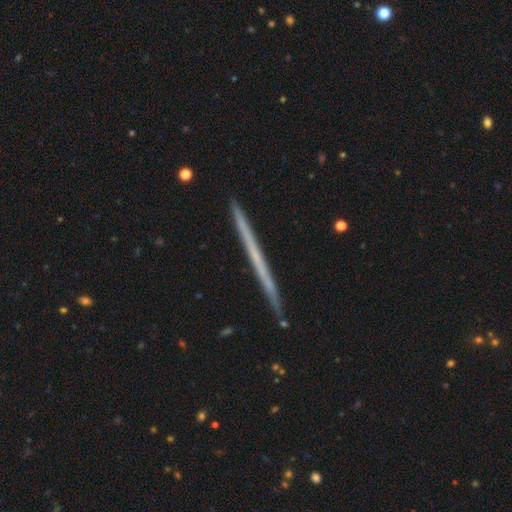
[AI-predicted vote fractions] This appears to be a featured or disk galaxy (60%) viewed edge-on (98%) with no central bulge (93%). Merging: none (91%).